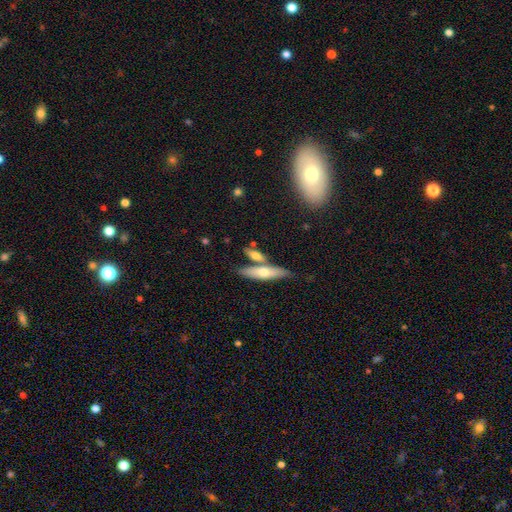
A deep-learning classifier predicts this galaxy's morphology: The model was most divided on "how rounded": cigar-shaped: 56%, in between: 39%, round: 5%. More confident: smooth or featured — smooth (61%); merging — none (54%).